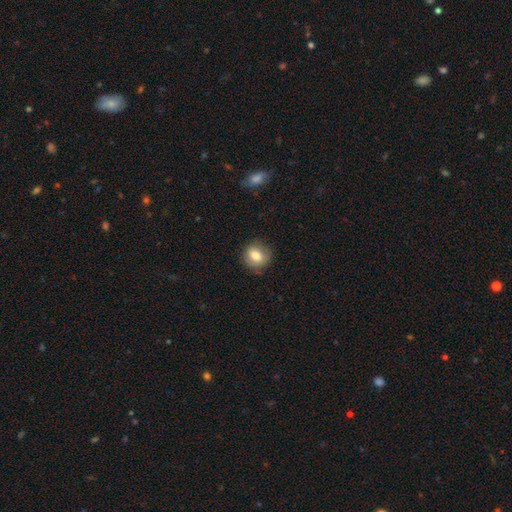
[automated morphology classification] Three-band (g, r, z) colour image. It shows a smooth galaxy with no disk features (78%) that is round (76%). Merging: none (82%).